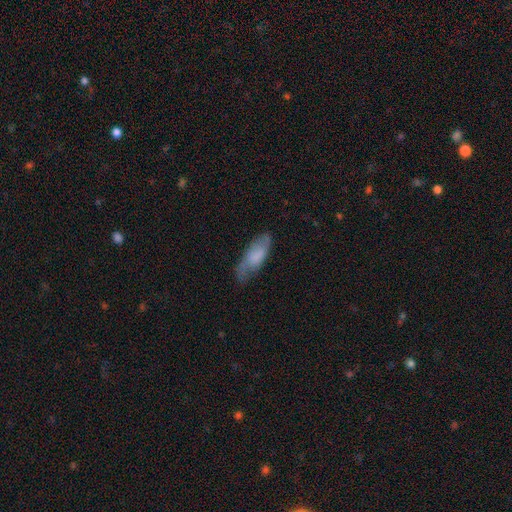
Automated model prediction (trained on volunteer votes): smooth 66%, featured or disk 27%, star or artifact 7%. Down the decision tree: how rounded — in between (69%); merging — none (59%).